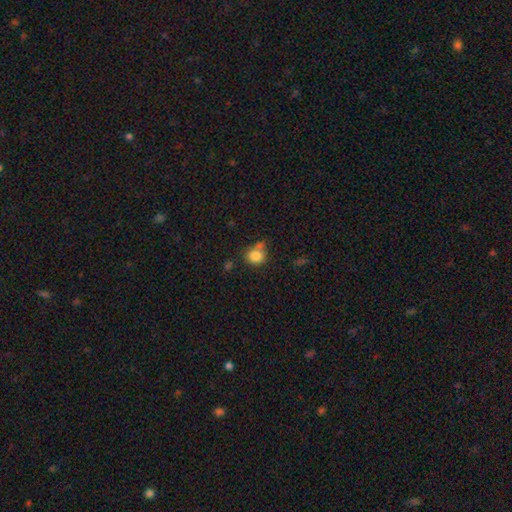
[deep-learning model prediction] smooth_or_featured: smooth (p=0.83) [alt: star or artifact p=0.10]
how_rounded: round (p=0.80) [alt: in between p=0.19]
merging: none (p=0.58) [alt: minor disturbance p=0.19]